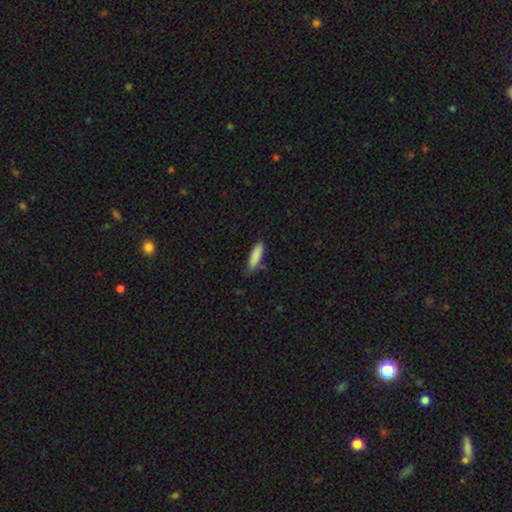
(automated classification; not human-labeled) Smooth or featured? Predicted: smooth (p=0.87). How rounded? Predicted: cigar-shaped (p=0.61). Merging? Predicted: none (p=0.76).